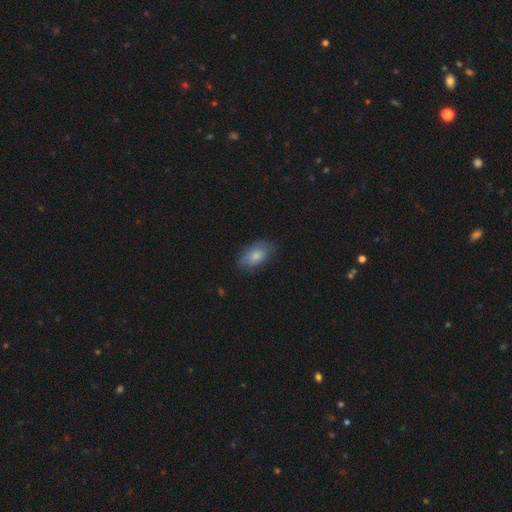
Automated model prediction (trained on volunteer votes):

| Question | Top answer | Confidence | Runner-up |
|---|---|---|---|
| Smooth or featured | smooth | 73% | featured or disk (20%) |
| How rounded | in between | 92% | round (5%) |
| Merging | none | 72% | minor disturbance (22%) |